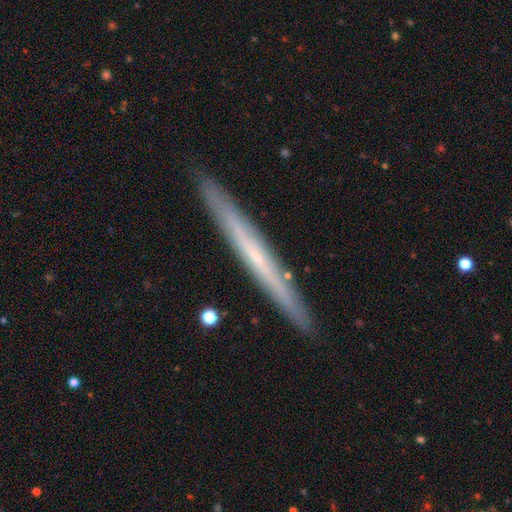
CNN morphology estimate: Overall: featured or disk (66%; smooth 28%). Edge-on disk: yes (95%). Edge-on bulge: none (67%; rounded 30%). Merging: none (91%).